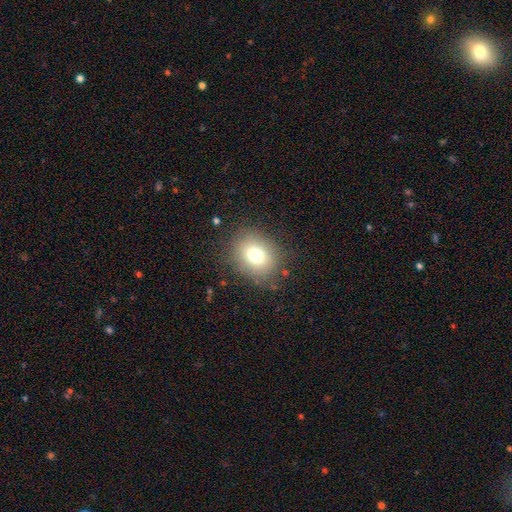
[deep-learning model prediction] The model was most divided on "how rounded": round: 54%, in between: 45%, cigar-shaped: 1%. More confident: merging — none (84%); smooth or featured — smooth (75%).